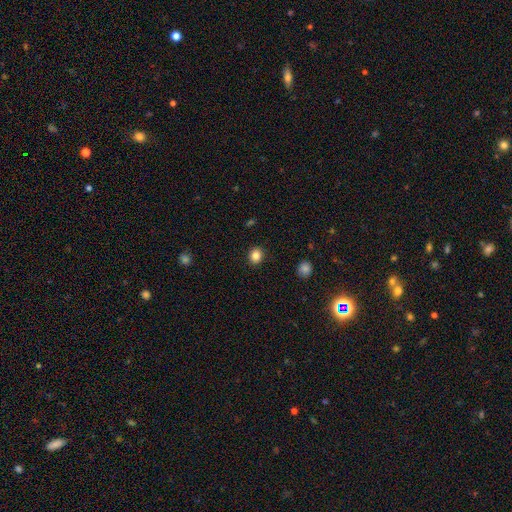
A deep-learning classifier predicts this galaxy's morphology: Smooth or featured? Predicted: smooth (p=0.84). How rounded? Predicted: round (p=0.73). Merging? Predicted: none (p=0.91).